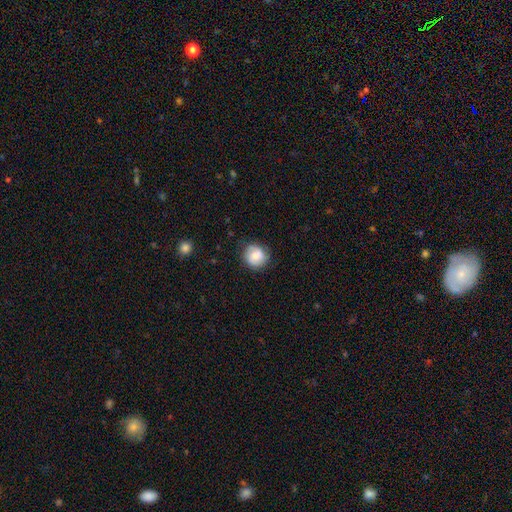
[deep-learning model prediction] smooth-or-featured: smooth: 73% | featured or disk: 19% | star or artifact: 8%
  how-rounded: round: 87% | in between: 12% | cigar-shaped: 1%
  merging: none: 78% | minor disturbance: 17% | major disturbance: 4% | merger: 1%